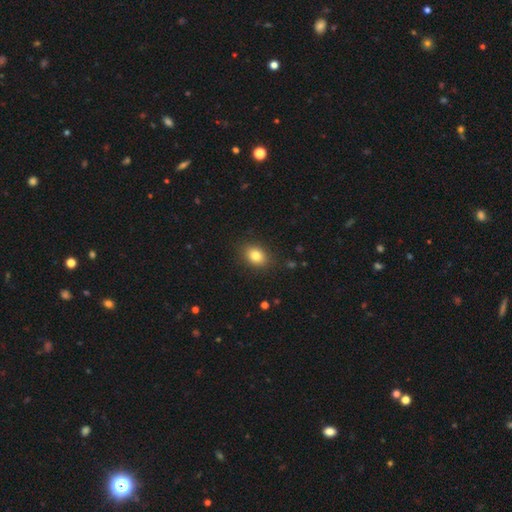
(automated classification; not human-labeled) Q: Smooth or featured?
A: smooth (82%); runner-up: star or artifact (10%)
Q: How rounded?
A: in between (64%); runner-up: round (35%)
Q: Merging?
A: none (87%); runner-up: minor disturbance (9%)